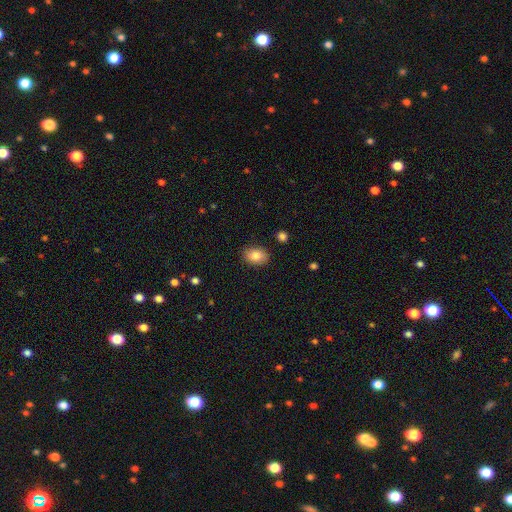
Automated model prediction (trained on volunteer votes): Smooth or featured?
  - smooth: 84% *
  - featured or disk: 8%
  - star or artifact: 8%
How rounded?
  - in between: 81% *
  - round: 18%
  - cigar-shaped: 1%
Merging?
  - none: 88% *
  - minor disturbance: 9%
  - major disturbance: 2%
  - merger: 1%